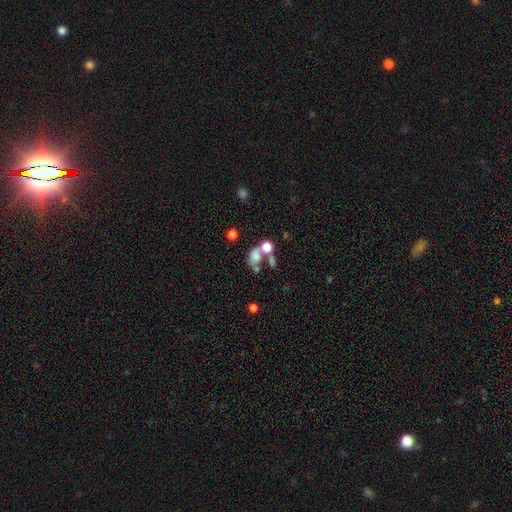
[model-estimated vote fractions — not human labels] Smooth or featured: smooth — 67% (featured or disk — 18%)
How rounded: in between — 55% (round — 43%)
Merging: merger — 48% (none — 28%)